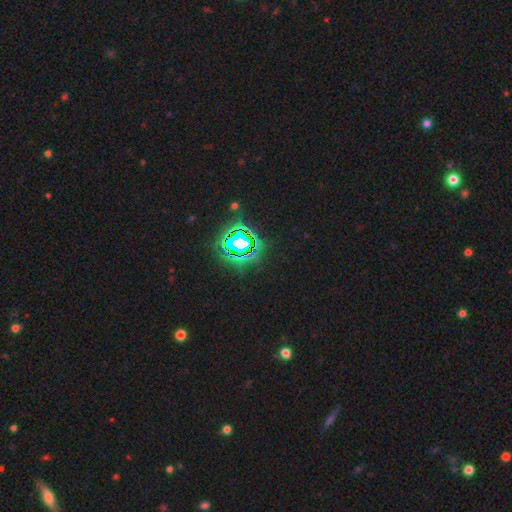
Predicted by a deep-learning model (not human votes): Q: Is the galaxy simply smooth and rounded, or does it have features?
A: star or artifact — 82%.